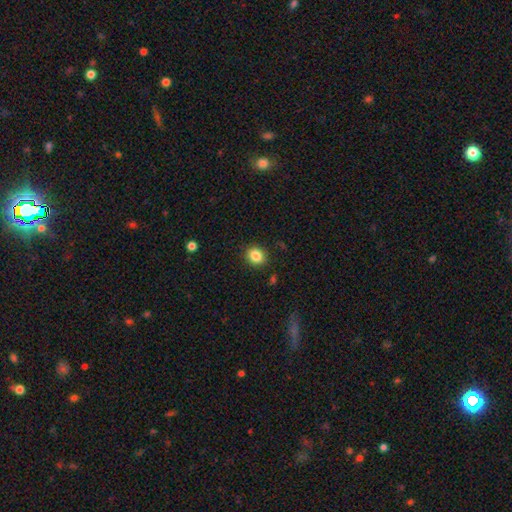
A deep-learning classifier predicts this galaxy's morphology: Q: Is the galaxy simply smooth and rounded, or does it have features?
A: smooth — 85%.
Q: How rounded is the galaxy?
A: round — 65%.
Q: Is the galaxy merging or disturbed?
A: none — 88%.